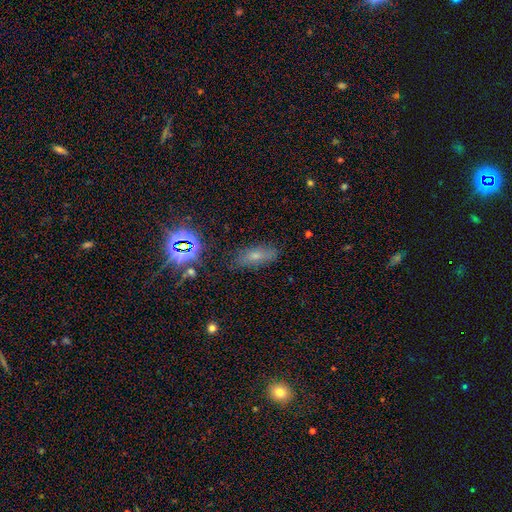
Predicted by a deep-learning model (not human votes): A smooth galaxy with no disk features (58%) that is in between round and cigar-shaped (72%). Merging: none (76%).